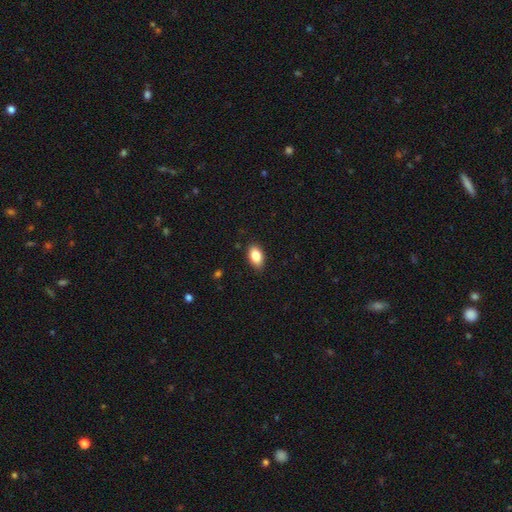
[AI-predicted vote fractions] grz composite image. It shows a smooth galaxy with no disk features (86%) that is in between round and cigar-shaped (92%). Merging: none (86%).